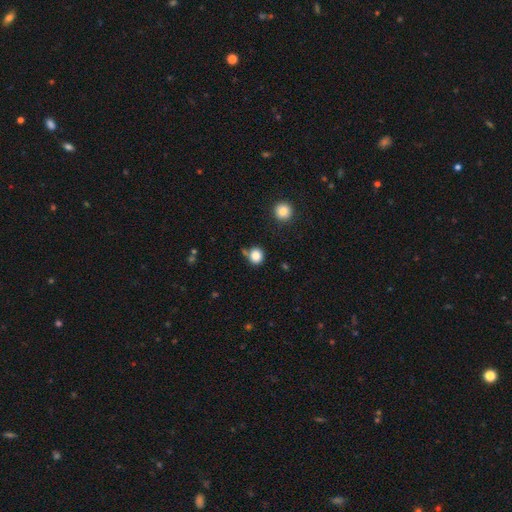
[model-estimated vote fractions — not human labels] A smooth galaxy with no disk features (84%) that is round (85%).

Vote fractions:
- Smooth or featured? smooth: 84% / star or artifact: 11% / featured or disk: 5%
- How rounded? round: 85% / in between: 14% / cigar-shaped: 1%
- Merging? none: 75% / minor disturbance: 12% / merger: 10% / major disturbance: 4%